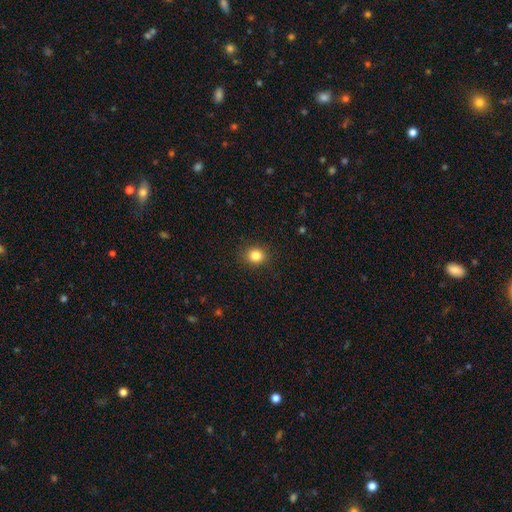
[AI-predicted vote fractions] Smooth or featured?
  - smooth: 84% *
  - star or artifact: 12%
  - featured or disk: 5%
How rounded?
  - round: 78% *
  - in between: 21%
  - cigar-shaped: 1%
Merging?
  - none: 89% *
  - minor disturbance: 8%
  - major disturbance: 2%
  - merger: 1%